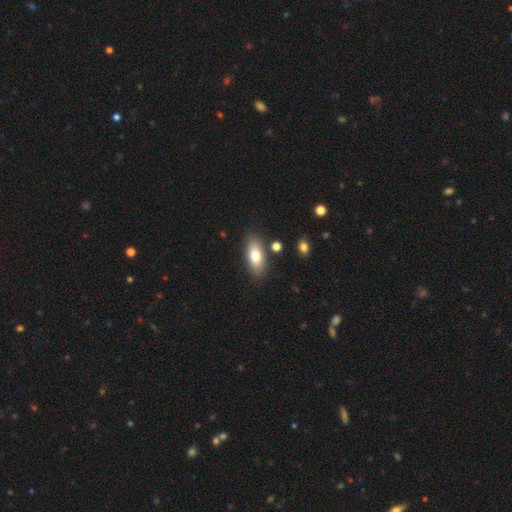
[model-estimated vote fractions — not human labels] The model was most divided on "smooth or featured": smooth: 73%, featured or disk: 19%, star or artifact: 7%. More confident: merging — none (82%); how rounded — in between (80%).